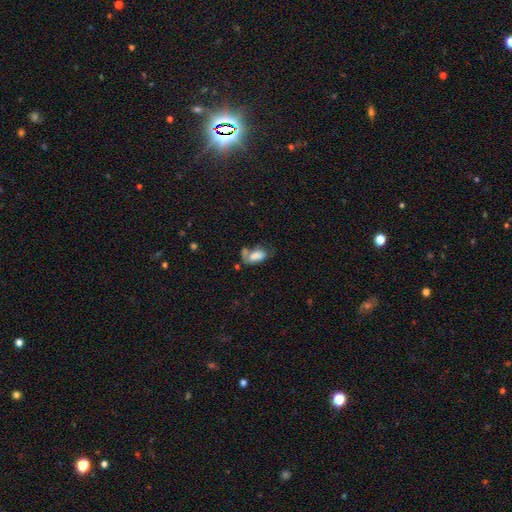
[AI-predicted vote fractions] Smooth or featured: smooth — 72% (featured or disk — 19%)
How rounded: in between — 90% (round — 6%)
Merging: merger — 31% (none — 28%)